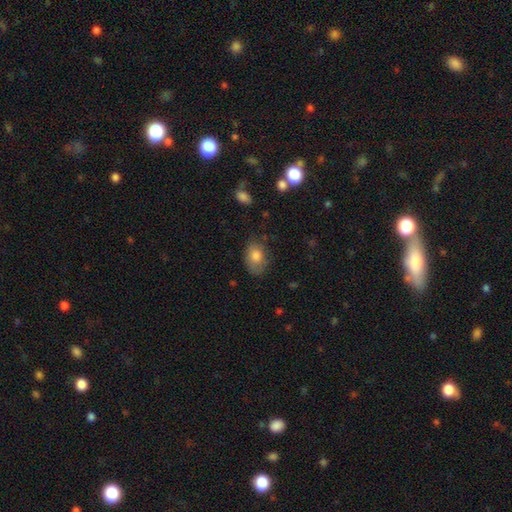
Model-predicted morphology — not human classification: Overall: smooth (79%). How rounded: in between (80%). Merging: none (63%; minor disturbance 27%).